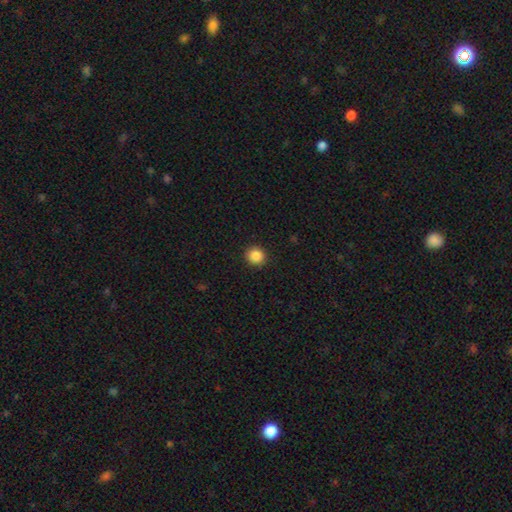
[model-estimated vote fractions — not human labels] smooth_or_featured: smooth (p=0.88) [alt: star or artifact p=0.10]
how_rounded: round (p=0.92) [alt: in between p=0.07]
merging: none (p=0.91) [alt: minor disturbance p=0.06]